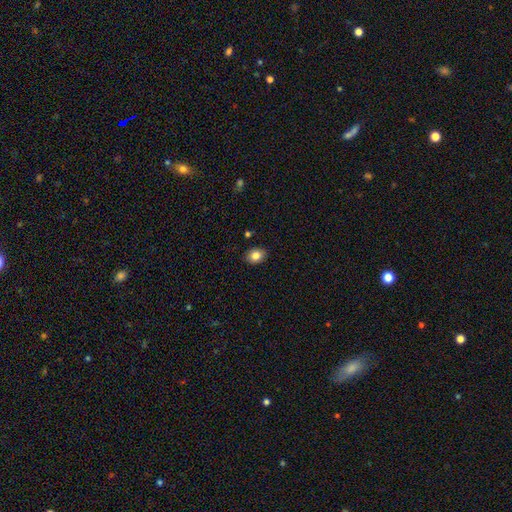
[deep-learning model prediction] smooth-or-featured: smooth: 83% | star or artifact: 9% | featured or disk: 8%
  how-rounded: in between: 59% | round: 40% | cigar-shaped: 1%
  merging: none: 89% | minor disturbance: 8% | major disturbance: 2% | merger: 1%